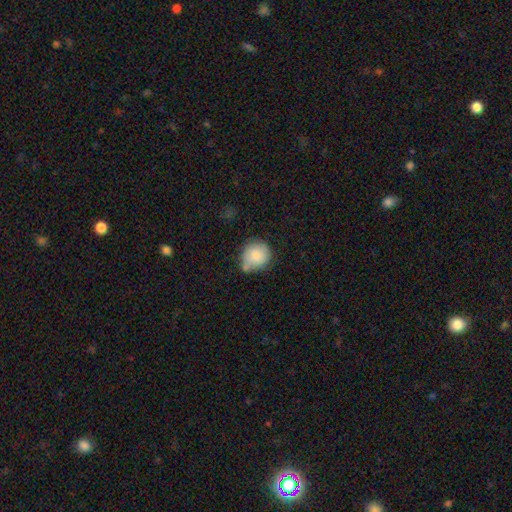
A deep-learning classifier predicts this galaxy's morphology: Smooth or featured? smooth (84%)
How rounded? round (82%)
Merging? none (48%)